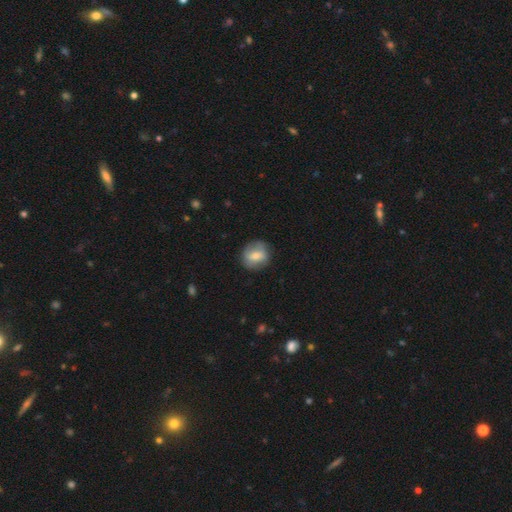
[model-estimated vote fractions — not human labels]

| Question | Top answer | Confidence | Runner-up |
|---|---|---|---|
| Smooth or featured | smooth | 64% | featured or disk (29%) |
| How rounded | round | 74% | in between (25%) |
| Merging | none | 81% | minor disturbance (14%) |